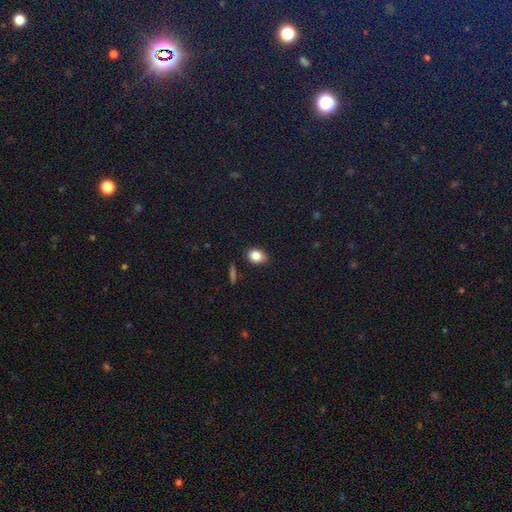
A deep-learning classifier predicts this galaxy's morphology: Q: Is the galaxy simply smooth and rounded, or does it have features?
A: smooth — 82%.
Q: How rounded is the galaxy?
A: in between — 66%.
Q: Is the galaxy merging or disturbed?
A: none — 78%.